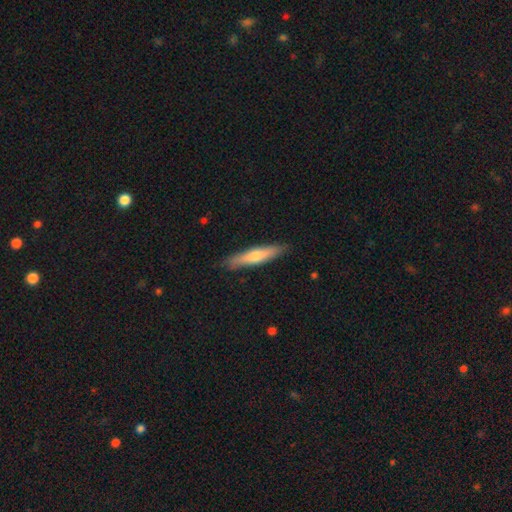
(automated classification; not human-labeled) A smooth galaxy with no disk features (55%) that is cigar-shaped (87%).

Vote fractions:
- Smooth or featured? smooth: 55% / featured or disk: 39% / star or artifact: 6%
- How rounded? cigar-shaped: 87% / in between: 11% / round: 1%
- Merging? none: 88% / minor disturbance: 9% / major disturbance: 2% / merger: 1%